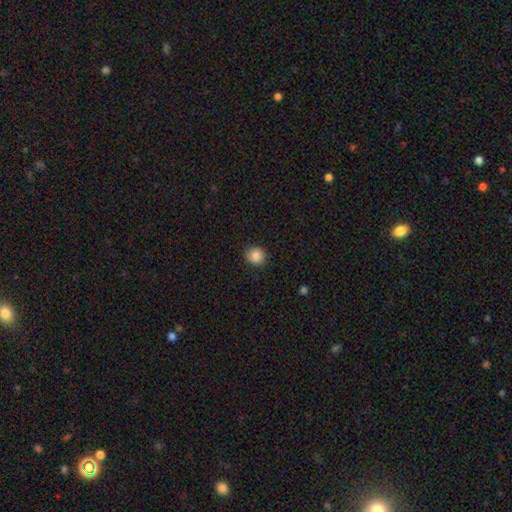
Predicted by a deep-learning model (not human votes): A smooth galaxy with no disk features (87%) that is round (86%). Merging: none (90%).